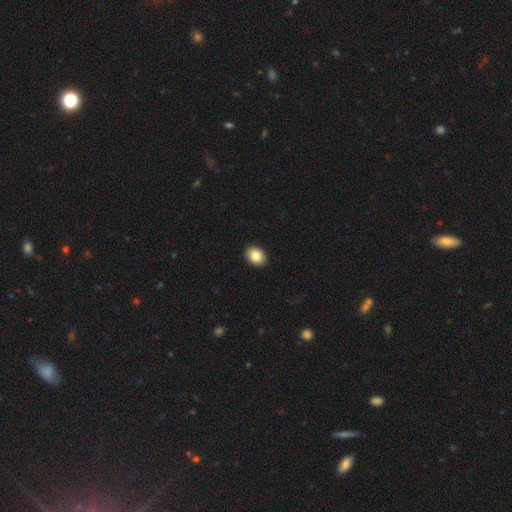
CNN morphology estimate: Smooth or featured?
  - smooth: 86% *
  - star or artifact: 8%
  - featured or disk: 5%
How rounded?
  - in between: 57% *
  - round: 42%
  - cigar-shaped: 1%
Merging?
  - none: 92% *
  - minor disturbance: 6%
  - major disturbance: 2%
  - merger: 1%